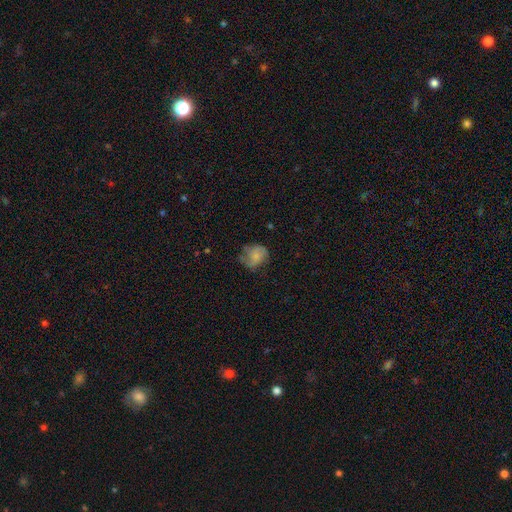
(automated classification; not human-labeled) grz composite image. It shows a smooth galaxy with no disk features (55%) that is round (54%). Merging: none (49%).